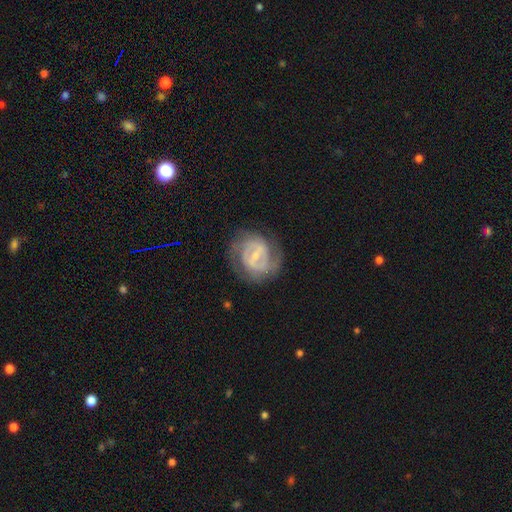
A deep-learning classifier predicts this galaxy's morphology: The model was most divided on "bar": weak: 47%, strong: 40%, no: 13%. Remaining: edge-on disk — no (97%); spiral arms — yes (88%); smooth or featured — featured or disk (82%); merging — none (73%); bulge size — small (68%); spiral arm count — 2 (63%); spiral winding — tight (50%).